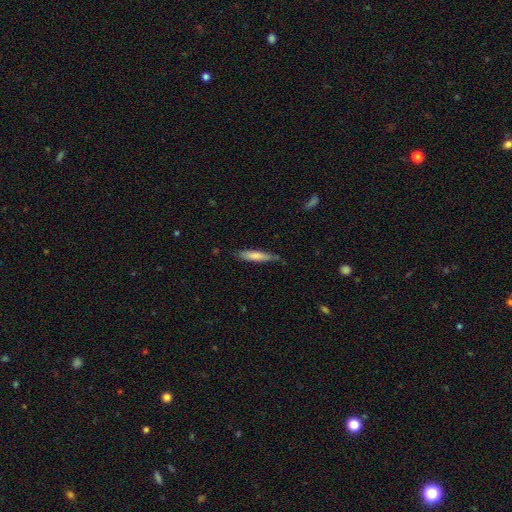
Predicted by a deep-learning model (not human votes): Morphology: type=smooth (72%); roundness=cigar-shaped (84%); merging=none (72%).